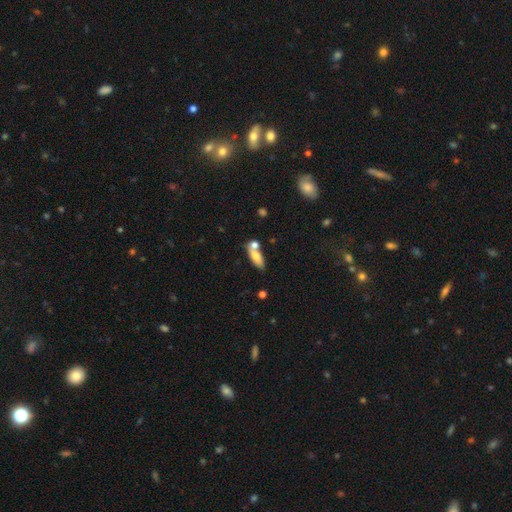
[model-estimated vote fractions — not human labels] smooth 72%, featured or disk 20%, star or artifact 8%. Down the decision tree: how rounded — in between (65%); merging — none (52%).